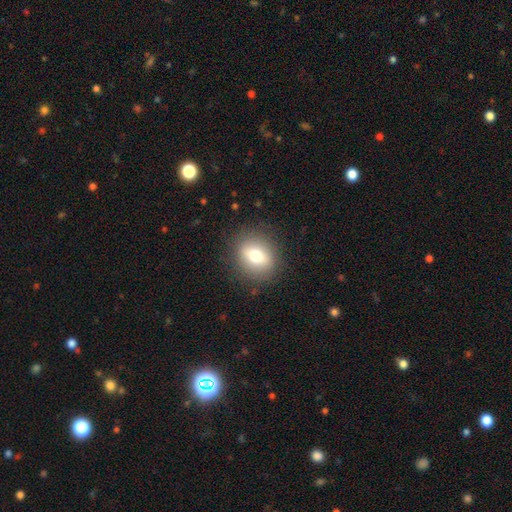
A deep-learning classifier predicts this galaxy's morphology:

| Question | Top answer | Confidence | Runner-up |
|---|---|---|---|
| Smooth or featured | smooth | 70% | featured or disk (21%) |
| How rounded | round | 58% | in between (40%) |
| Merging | none | 86% | minor disturbance (9%) |